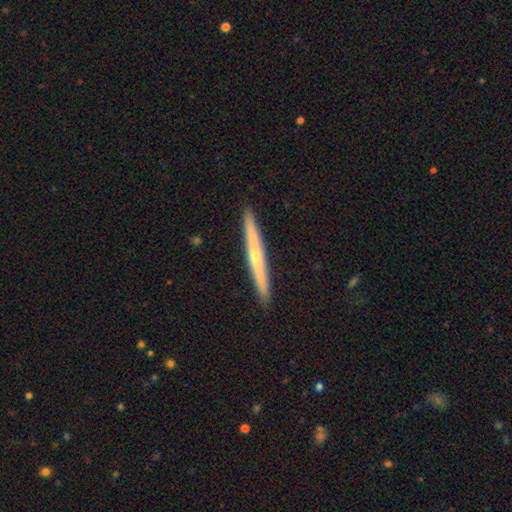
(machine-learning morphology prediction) Smooth or featured: featured or disk — 63% (smooth — 31%)
Edge-on disk: yes — 97% (no — 3%)
Edge-on bulge: rounded — 67% (none — 29%)
Merging: none — 93% (minor disturbance — 5%)